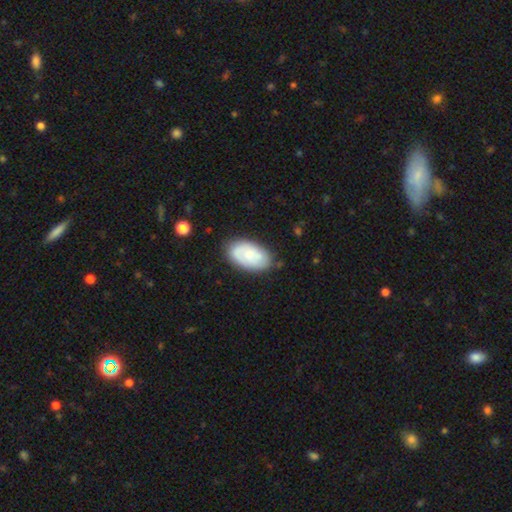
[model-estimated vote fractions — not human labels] Smooth or featured? smooth (63%)
How rounded? in between (93%)
Merging? none (77%)